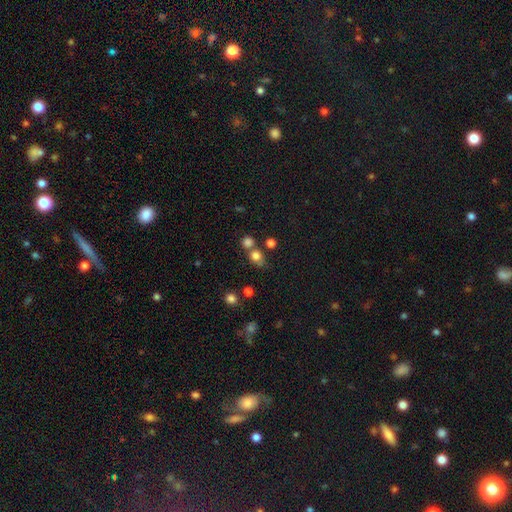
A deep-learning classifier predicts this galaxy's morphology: Smooth or featured? smooth (77%)
How rounded? round (78%)
Merging? none (57%)